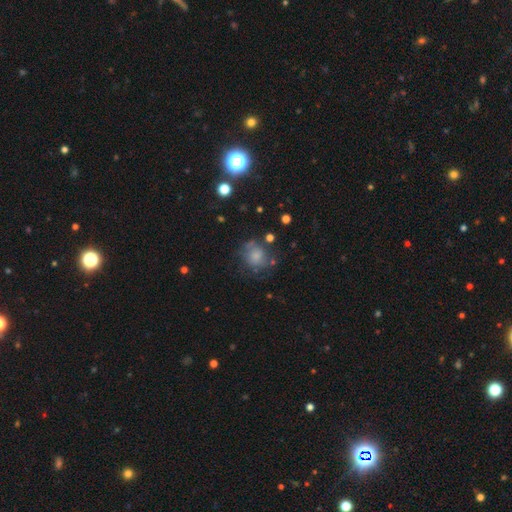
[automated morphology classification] The model was most divided on "merging": none: 55%, minor disturbance: 24%, major disturbance: 16%, merger: 5%. More confident: how rounded — round (77%); smooth or featured — smooth (64%).